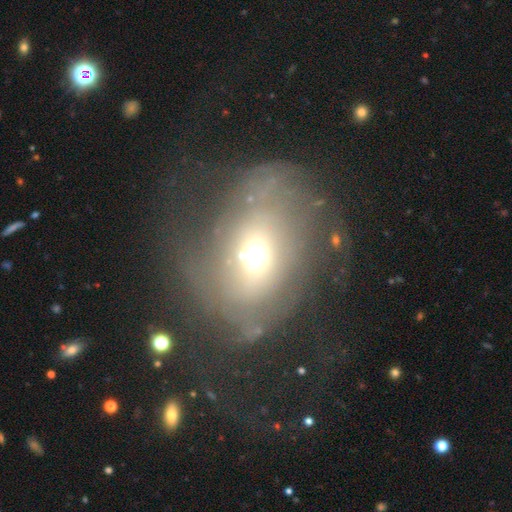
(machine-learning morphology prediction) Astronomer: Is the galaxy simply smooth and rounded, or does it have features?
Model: smooth — 44% (runner-up: featured or disk, 41%).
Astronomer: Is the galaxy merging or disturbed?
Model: major disturbance — 39% (runner-up: none, 35%).